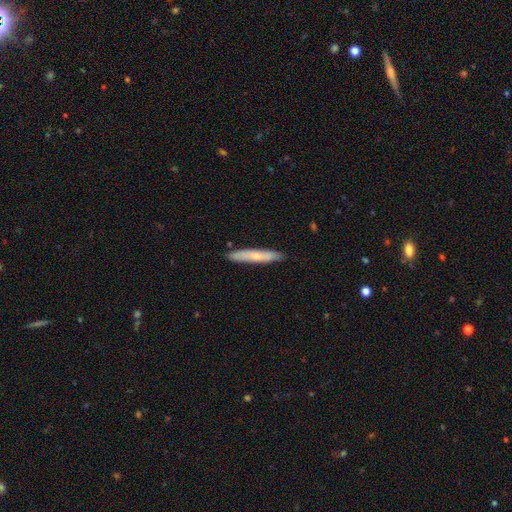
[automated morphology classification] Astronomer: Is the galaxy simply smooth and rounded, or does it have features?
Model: smooth — 60% (runner-up: featured or disk, 35%).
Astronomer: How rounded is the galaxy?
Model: cigar-shaped — 92%.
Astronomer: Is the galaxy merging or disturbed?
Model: none — 87%.